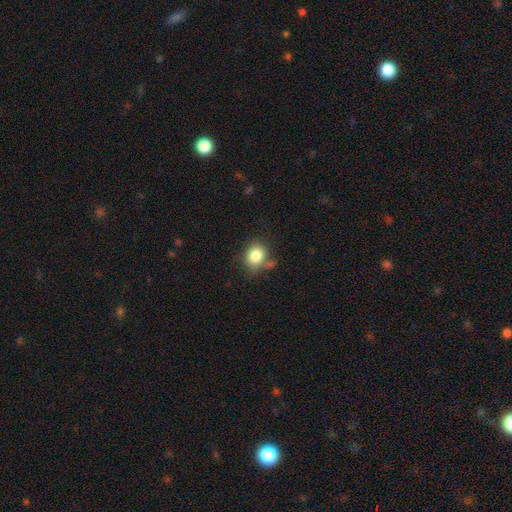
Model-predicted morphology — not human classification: This is clearly a smooth galaxy (82%). How rounded: likely round (61%). Merging: likely none (62%).